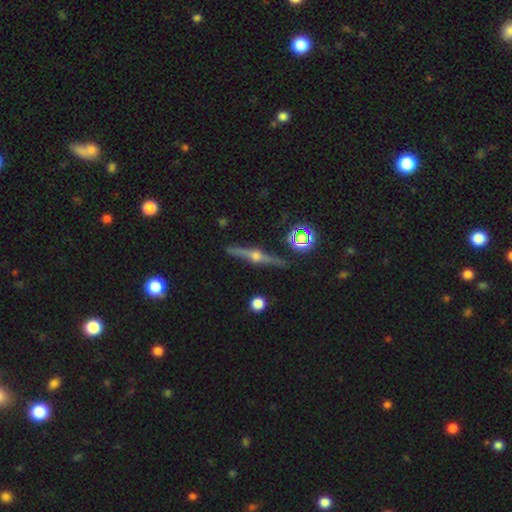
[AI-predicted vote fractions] Smooth or featured: featured or disk — 83% (smooth — 10%)
Edge-on disk: yes — 98% (no — 2%)
Edge-on bulge: rounded — 95% (boxy — 3%)
Merging: none — 89% (minor disturbance — 7%)